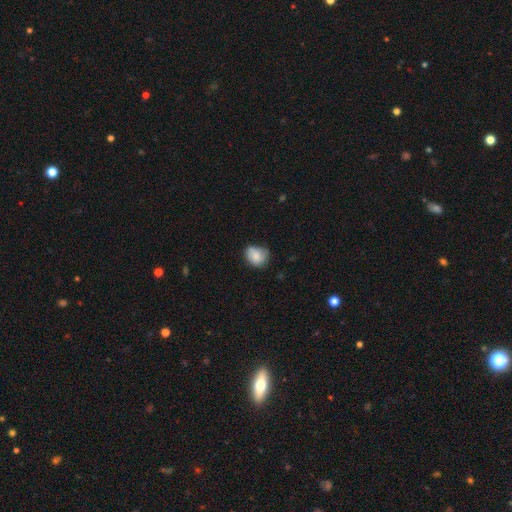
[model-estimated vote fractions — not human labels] This is likely a smooth galaxy (76%). How rounded: likely round (60%). Merging: possibly none (55%).